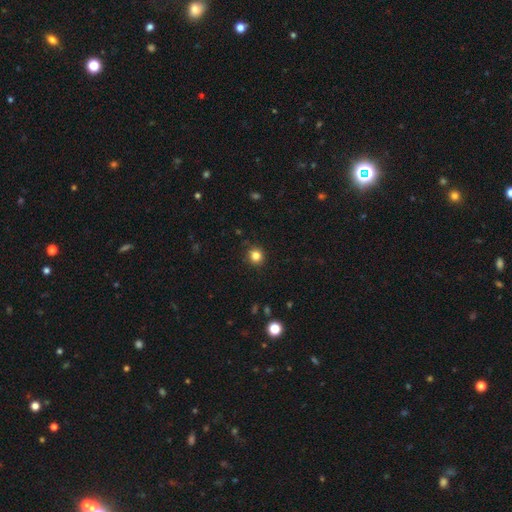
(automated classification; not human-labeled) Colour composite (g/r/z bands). It shows a smooth galaxy with no disk features (83%) that is round (91%). Merging: none (90%).